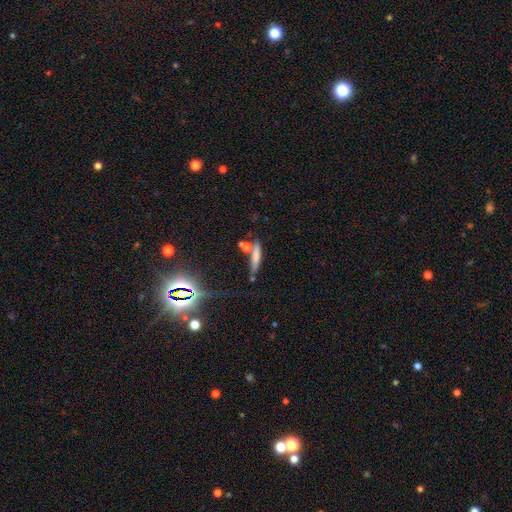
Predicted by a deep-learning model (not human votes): Smooth or featured?
  - smooth: 68% *
  - featured or disk: 20%
  - star or artifact: 12%
How rounded?
  - cigar-shaped: 84% *
  - in between: 13%
  - round: 3%
Merging?
  - none: 62% *
  - minor disturbance: 16%
  - merger: 16%
  - major disturbance: 6%